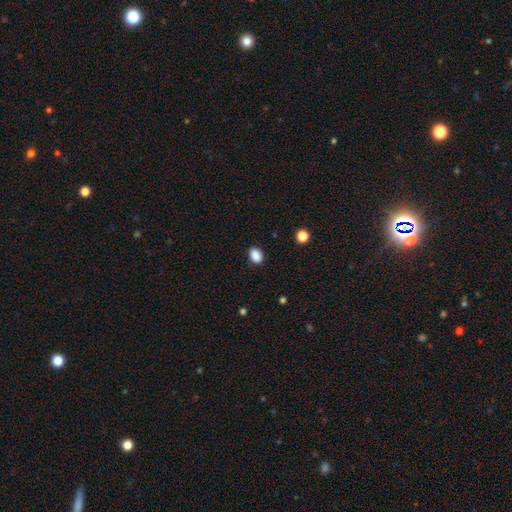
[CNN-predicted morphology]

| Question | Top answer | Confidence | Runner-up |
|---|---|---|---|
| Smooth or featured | smooth | 88% | star or artifact (9%) |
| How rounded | in between | 71% | round (28%) |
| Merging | none | 87% | minor disturbance (9%) |